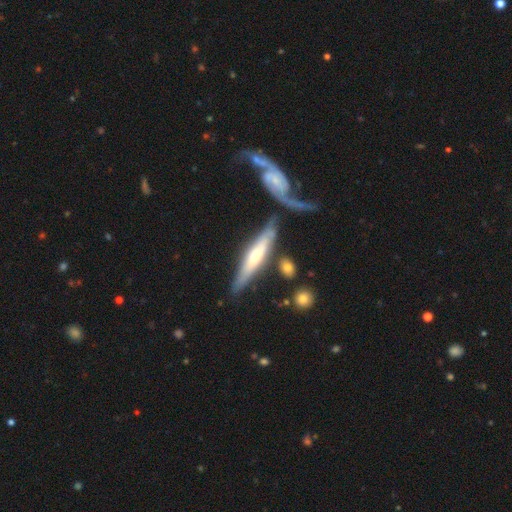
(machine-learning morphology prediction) This is likely a featured or disk galaxy (62%). It is likely viewed edge-on (78%). Merging: possibly none (59%).